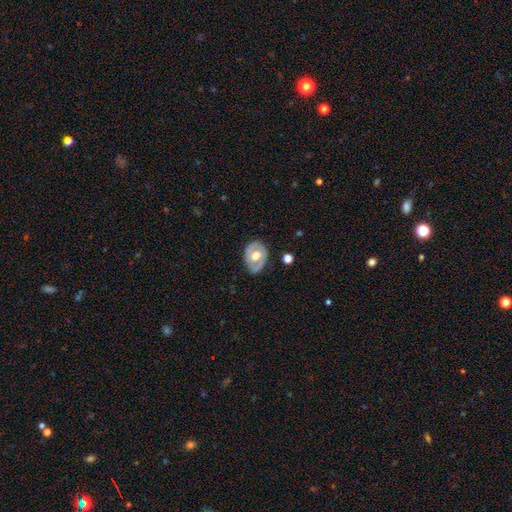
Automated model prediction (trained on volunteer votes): Smooth or featured?
  - featured or disk: 58% *
  - smooth: 36%
  - star or artifact: 6%
Edge-on disk?
  - no: 93% *
  - yes: 7%
Bar?
  - no: 63% *
  - weak: 28%
  - strong: 9%
Spiral arms?
  - no: 64% *
  - yes: 36%
Bulge size?
  - moderate: 58% *
  - large: 34%
  - small: 5%
  - dominant: 2%
  - none: 1%
Merging?
  - none: 77% *
  - minor disturbance: 17%
  - major disturbance: 5%
  - merger: 2%